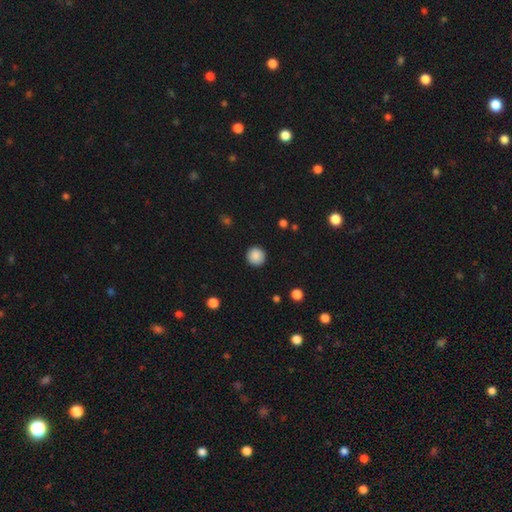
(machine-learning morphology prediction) Smooth or featured?
  - smooth: 88% *
  - star or artifact: 9%
  - featured or disk: 4%
How rounded?
  - round: 94% *
  - in between: 5%
  - cigar-shaped: 1%
Merging?
  - none: 91% *
  - minor disturbance: 6%
  - major disturbance: 2%
  - merger: 1%